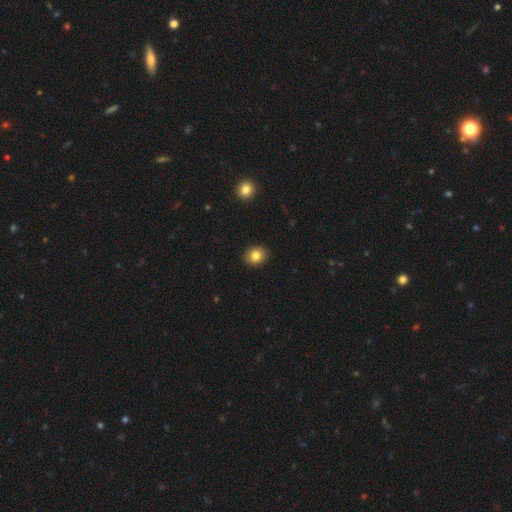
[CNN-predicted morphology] type=smooth (83%); roundness=round (69%); merging=none (91%).